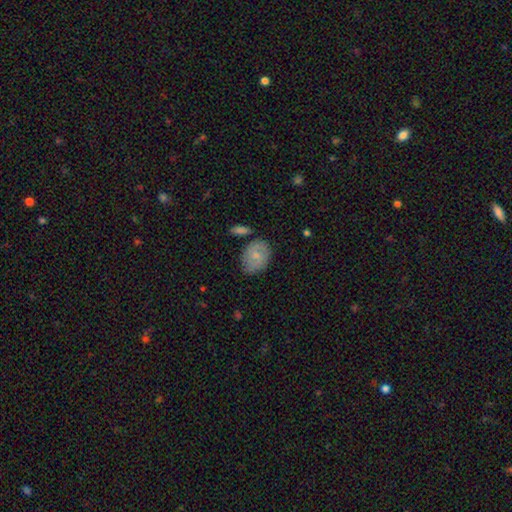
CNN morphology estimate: This appears to be a smooth galaxy with no disk features (65%) that is in between round and cigar-shaped (67%). Merging: none (66%).